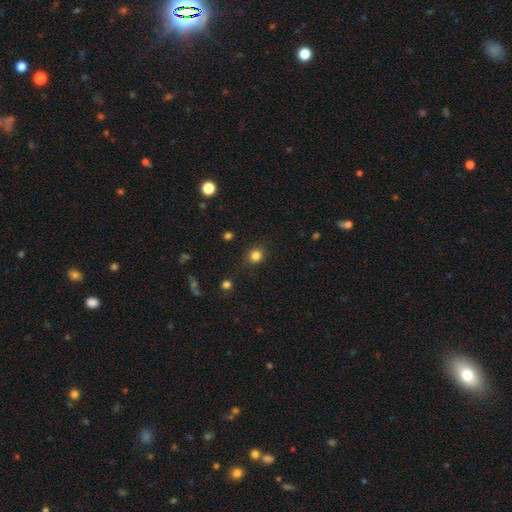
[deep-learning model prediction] Smooth or featured? smooth (82%)
How rounded? round (86%)
Merging? none (87%)